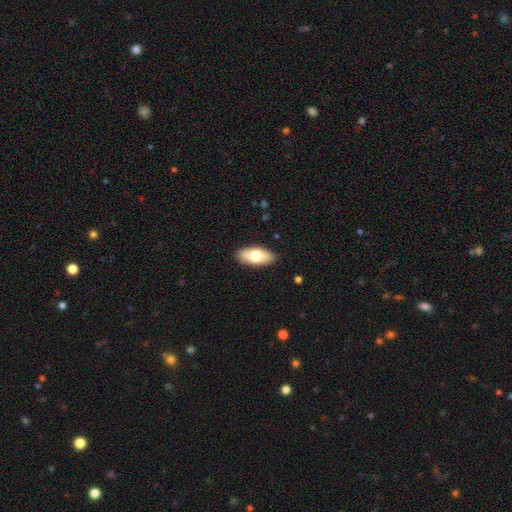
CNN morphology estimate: type=smooth (71%); roundness=in between (90%); merging=none (87%).